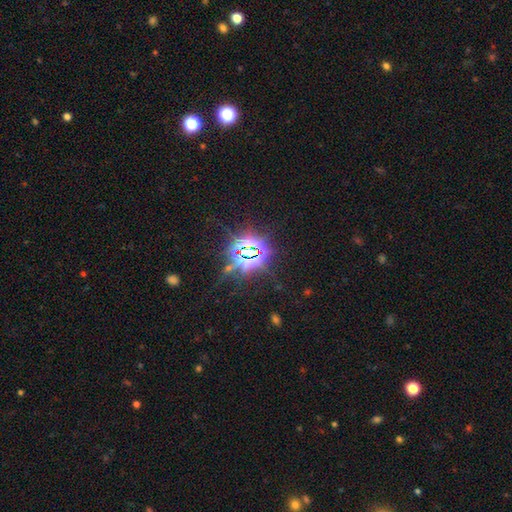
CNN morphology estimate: A star or artifact, not a galaxy (85%).

Vote fractions:
- Smooth or featured? star or artifact: 85% / smooth: 8% / featured or disk: 7%